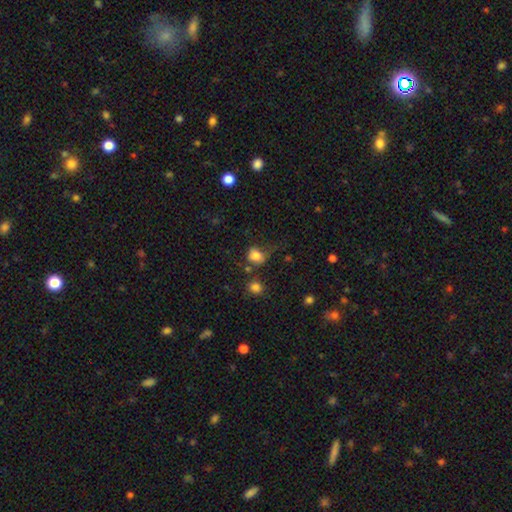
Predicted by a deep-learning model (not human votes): The model was most divided on "how rounded": round: 59%, in between: 40%, cigar-shaped: 1%. Remaining: smooth or featured — smooth (80%); merging — none (48%).